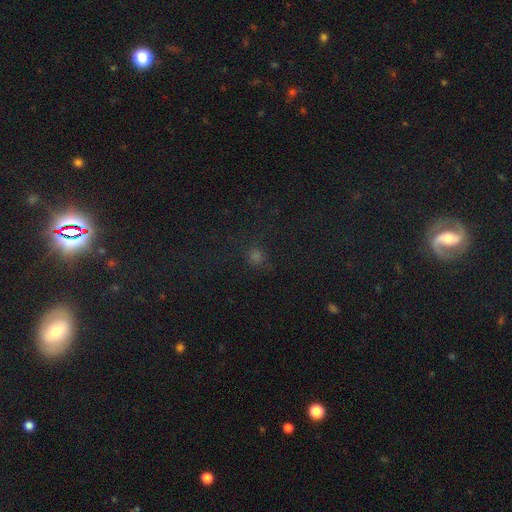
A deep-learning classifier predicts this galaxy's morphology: smooth 52%, star or artifact 42%, featured or disk 7%. Down the decision tree: how rounded — round (84%); merging — none (78%).